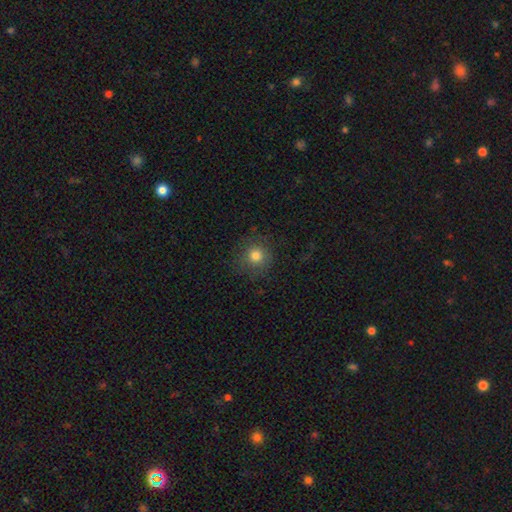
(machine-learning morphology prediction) smooth-or-featured: smooth: 79% | star or artifact: 13% | featured or disk: 8%
  how-rounded: round: 92% | in between: 7% | cigar-shaped: 1%
  merging: none: 83% | minor disturbance: 11% | major disturbance: 5% | merger: 1%